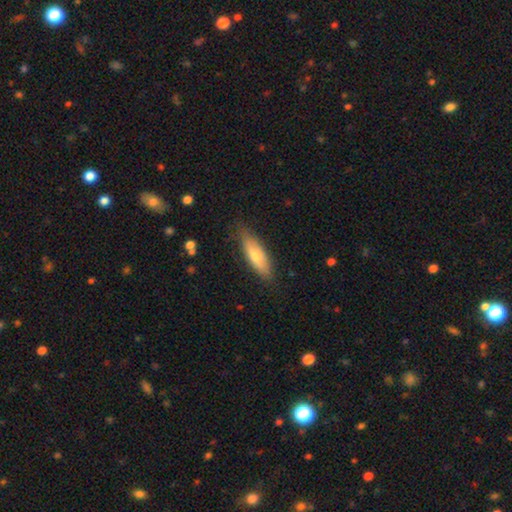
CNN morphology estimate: The model was most divided on "how rounded": cigar-shaped: 52%, in between: 46%, round: 2%. More confident: merging — none (80%); smooth or featured — smooth (65%).